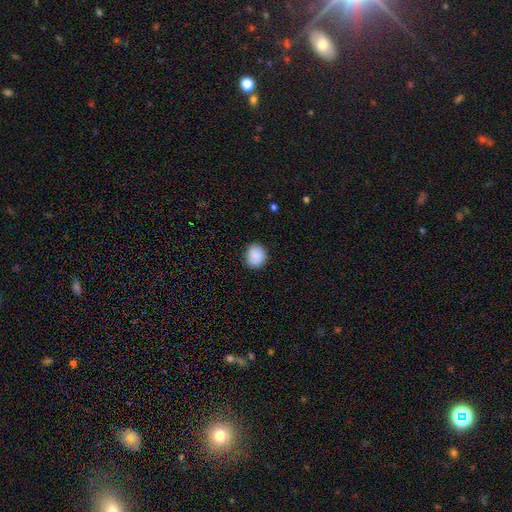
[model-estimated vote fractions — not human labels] smooth_or_featured: smooth (p=0.89) [alt: star or artifact p=0.07]
how_rounded: round (p=0.73) [alt: in between p=0.26]
merging: none (p=0.87) [alt: minor disturbance p=0.10]